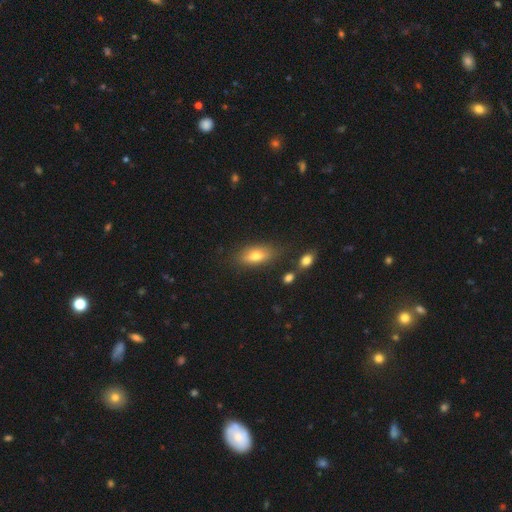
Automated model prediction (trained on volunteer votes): This appears to be a smooth galaxy with no disk features (72%) that is in between round and cigar-shaped (80%). Merging: none (76%).